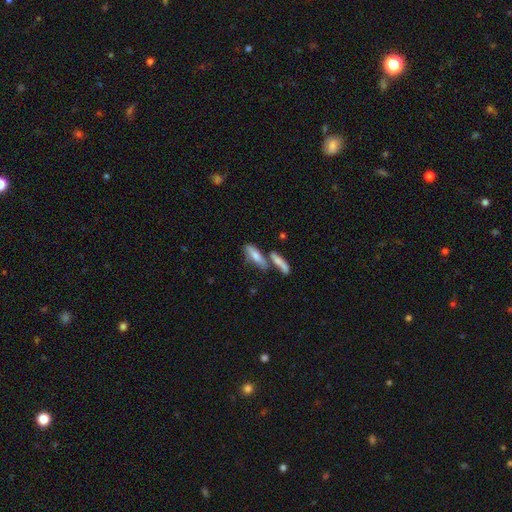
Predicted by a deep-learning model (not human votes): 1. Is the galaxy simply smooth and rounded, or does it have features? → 64% smooth, 28% featured or disk, 8% star or artifact.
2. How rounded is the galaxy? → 54% cigar-shaped, 44% in between, 2% round.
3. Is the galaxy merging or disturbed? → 45% none, 35% merger, 14% minor disturbance, 6% major disturbance.